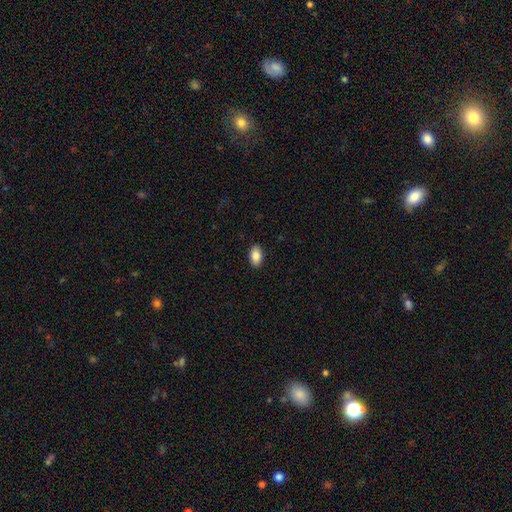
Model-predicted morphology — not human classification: smooth_or_featured: smooth (p=0.87) [alt: star or artifact p=0.07]
how_rounded: in between (p=0.93) [alt: round p=0.05]
merging: none (p=0.90) [alt: minor disturbance p=0.07]